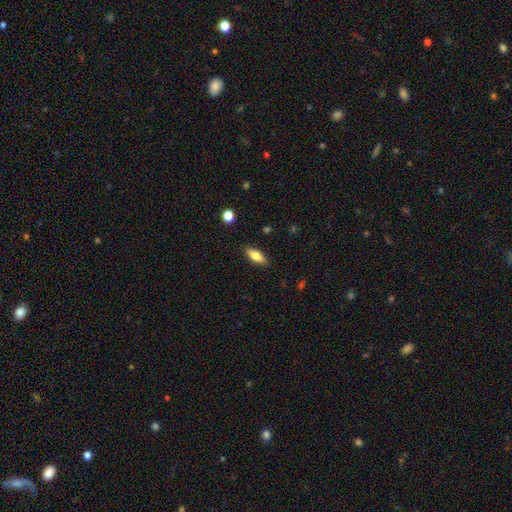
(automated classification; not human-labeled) smooth_or_featured: smooth (p=0.72) [alt: featured or disk p=0.21]
how_rounded: in between (p=0.68) [alt: cigar-shaped p=0.30]
merging: none (p=0.88) [alt: minor disturbance p=0.09]